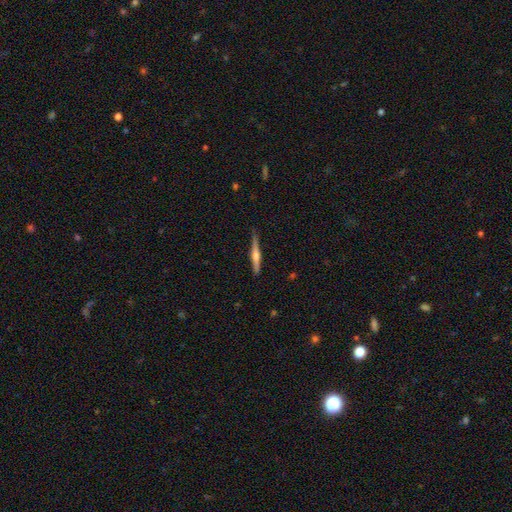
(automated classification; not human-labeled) Smooth or featured: featured or disk — 69% (smooth — 26%)
Edge-on disk: yes — 98% (no — 2%)
Edge-on bulge: rounded — 85% (boxy — 9%)
Merging: none — 87% (minor disturbance — 10%)